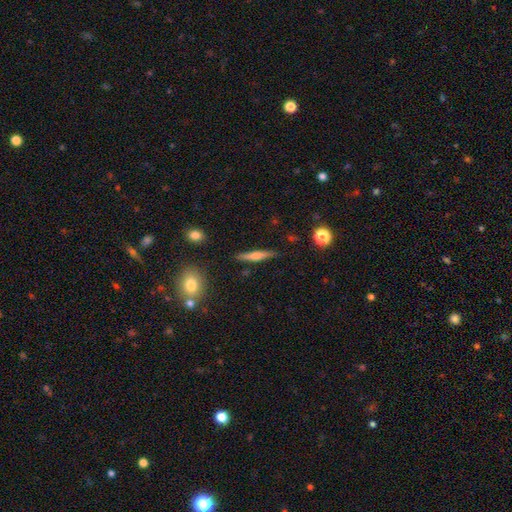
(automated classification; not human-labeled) The model was most divided on "smooth or featured": smooth: 49%, featured or disk: 43%, star or artifact: 7%. More confident: merging — none (86%).